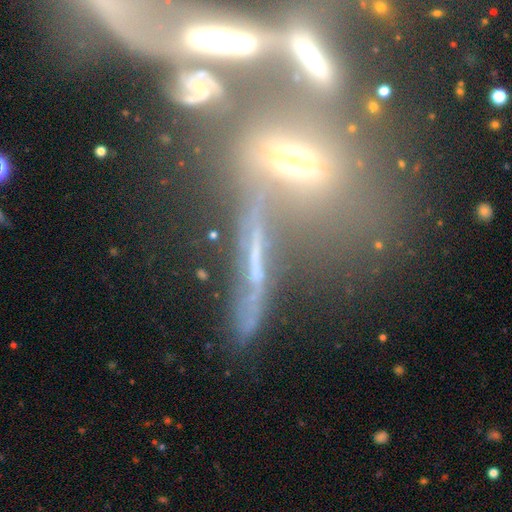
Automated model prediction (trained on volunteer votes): featured or disk 52%, smooth 28%, star or artifact 20%. Down the decision tree: edge-on disk — yes (57%); merging — merger (41%).